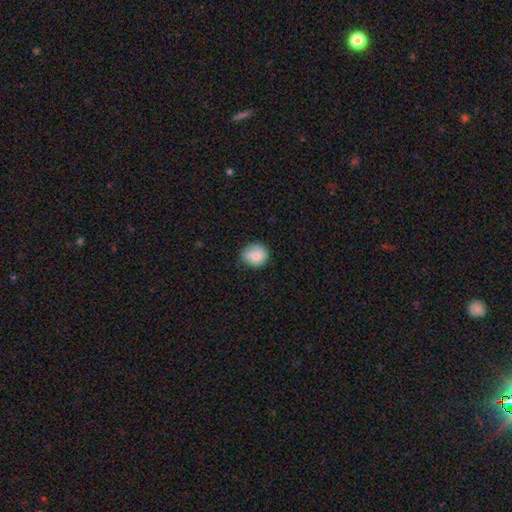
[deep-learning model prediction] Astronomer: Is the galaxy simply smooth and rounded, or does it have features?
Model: smooth — 76%.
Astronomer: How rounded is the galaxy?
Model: round — 75%.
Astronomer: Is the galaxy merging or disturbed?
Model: none — 62%.